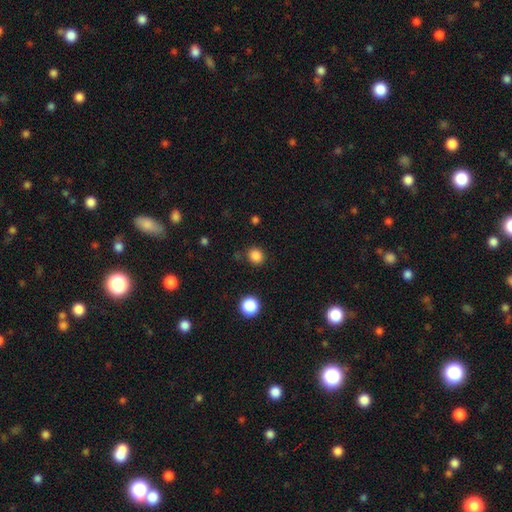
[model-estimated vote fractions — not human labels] Smooth or featured? Predicted: smooth (p=0.84). How rounded? Predicted: round (p=0.79). Merging? Predicted: none (p=0.84).